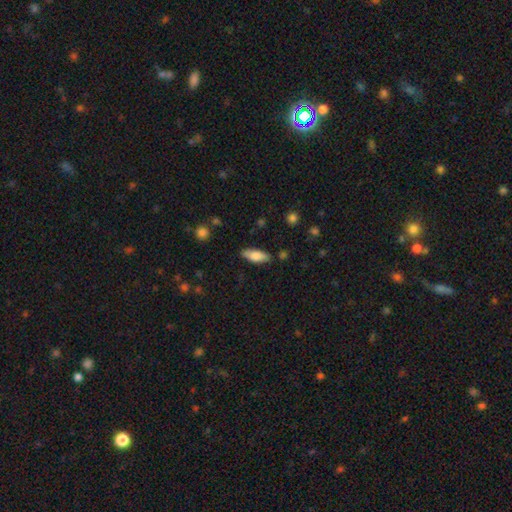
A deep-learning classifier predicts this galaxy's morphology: A smooth galaxy with no disk features (78%) that is in between round and cigar-shaped (73%). Merging: none (80%).